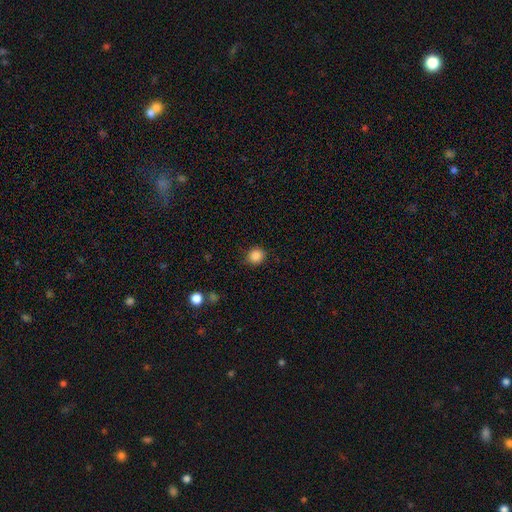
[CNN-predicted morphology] A smooth galaxy with no disk features (87%) that is round (85%). Merging: none (88%).